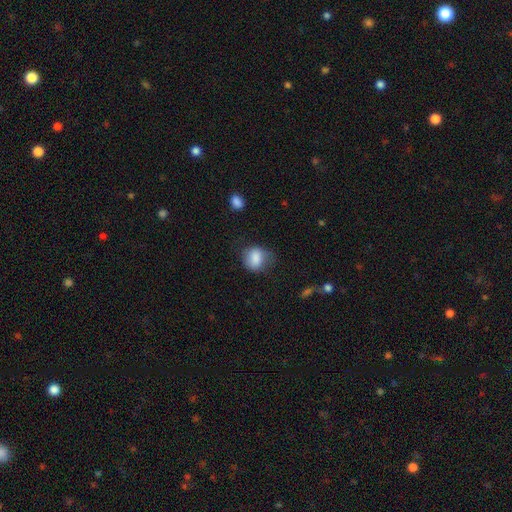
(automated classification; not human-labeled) This appears to be a smooth galaxy with no disk features (83%) that is round (57%). Merging: none (57%).